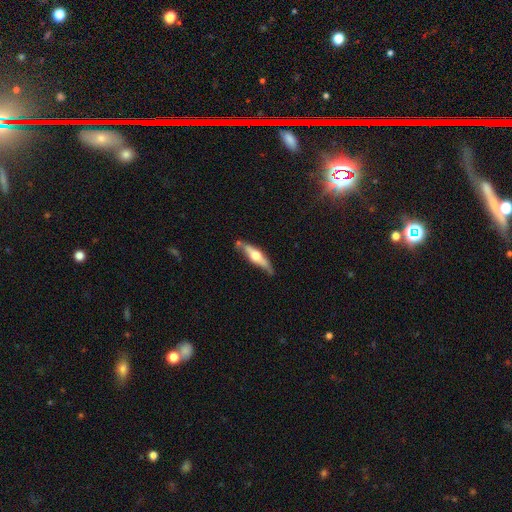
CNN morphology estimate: featured or disk 61%, smooth 34%, star or artifact 5%. Down the decision tree: edge-on disk — yes (92%); edge-on bulge — rounded (91%); merging — none (72%).